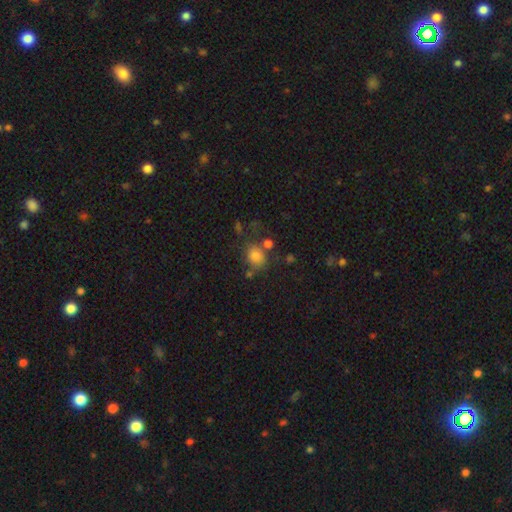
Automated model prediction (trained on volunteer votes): Smooth or featured? smooth (79%)
How rounded? round (58%)
Merging? none (58%)